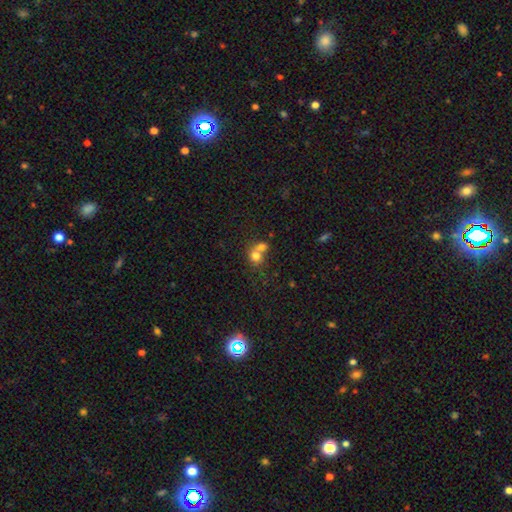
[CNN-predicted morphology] smooth 73%, featured or disk 15%, star or artifact 12%. Down the decision tree: how rounded — round (72%); merging — merger (63%).